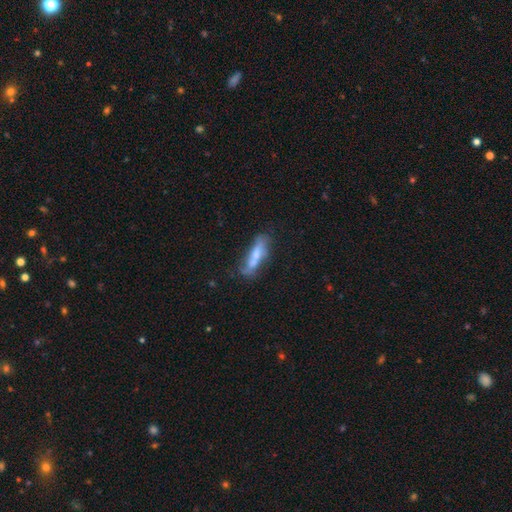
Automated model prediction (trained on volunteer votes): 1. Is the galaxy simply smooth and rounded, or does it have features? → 59% smooth, 33% featured or disk, 8% star or artifact.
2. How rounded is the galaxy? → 64% cigar-shaped, 34% in between, 2% round.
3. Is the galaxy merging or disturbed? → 51% none, 28% minor disturbance, 13% major disturbance, 8% merger.